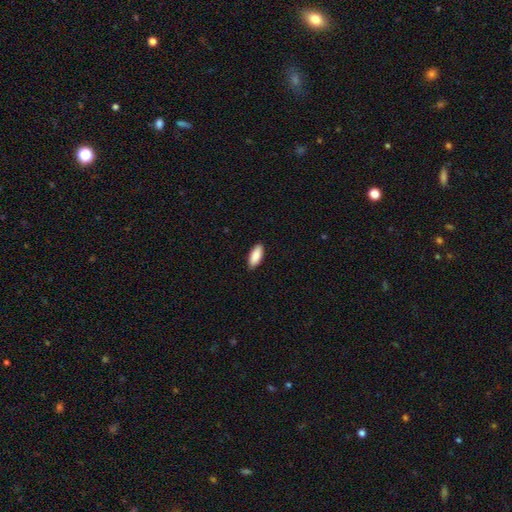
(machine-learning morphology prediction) This is clearly a smooth galaxy (90%). How rounded: clearly in between (83%). Merging: clearly none (89%).